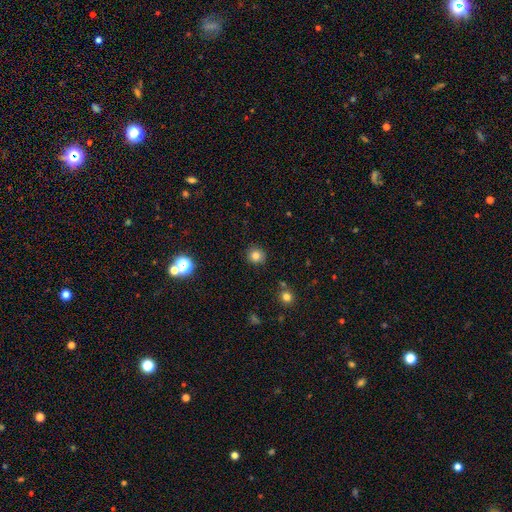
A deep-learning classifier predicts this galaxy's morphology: Smooth or featured? smooth (82%)
How rounded? round (92%)
Merging? none (90%)